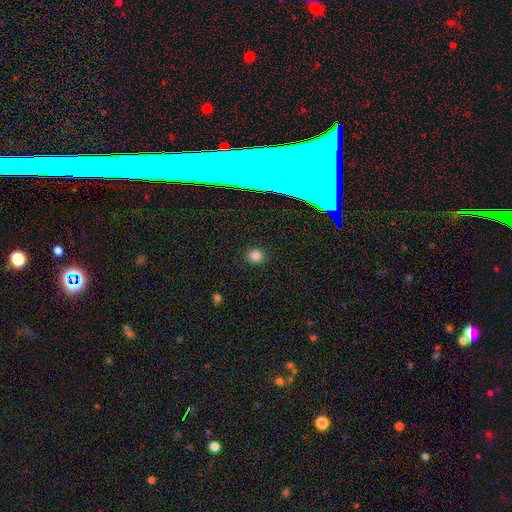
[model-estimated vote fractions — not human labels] A smooth galaxy with no disk features (80%) that is round (91%).

Vote fractions:
- Smooth or featured? smooth: 80% / star or artifact: 14% / featured or disk: 5%
- How rounded? round: 91% / in between: 7% / cigar-shaped: 1%
- Merging? none: 91% / minor disturbance: 6% / major disturbance: 2% / merger: 1%